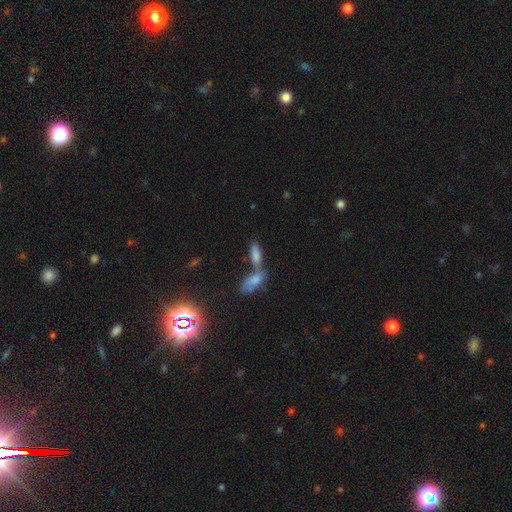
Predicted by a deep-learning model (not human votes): Smooth or featured? Predicted: smooth (p=0.63). How rounded? Predicted: in between (p=0.63). Merging? Predicted: merger (p=0.50).